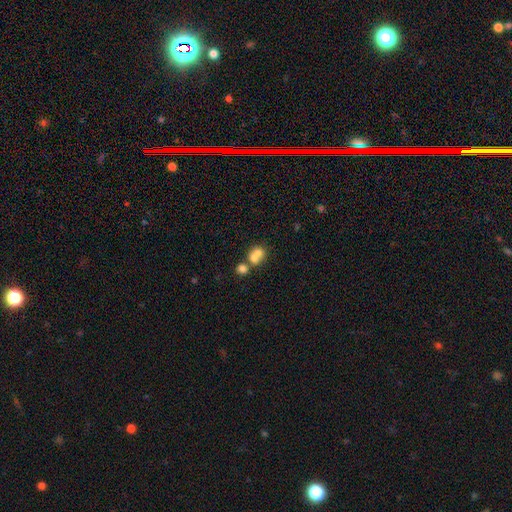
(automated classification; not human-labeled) Morphology: type=smooth (70%); roundness=round (65%); merging=merger (66%).